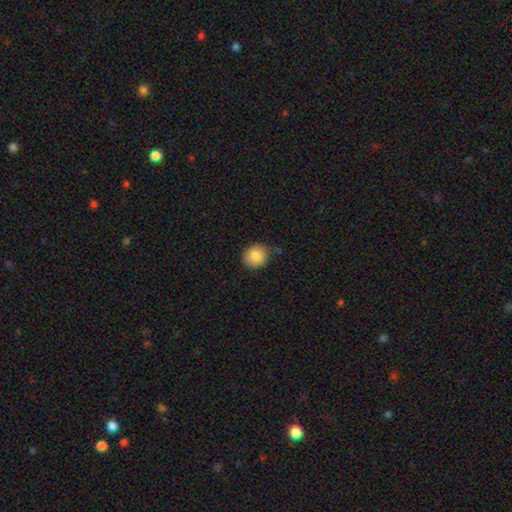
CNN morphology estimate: type=smooth (85%); roundness=round (81%); merging=none (71%).